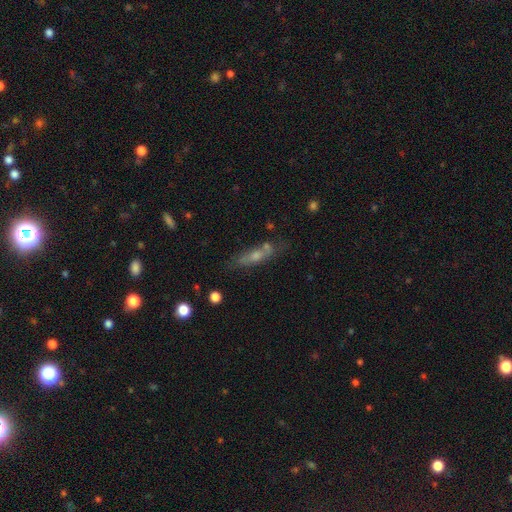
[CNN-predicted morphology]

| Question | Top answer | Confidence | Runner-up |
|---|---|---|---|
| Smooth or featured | featured or disk | 46% | smooth (42%) |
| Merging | none | 61% | minor disturbance (20%) |